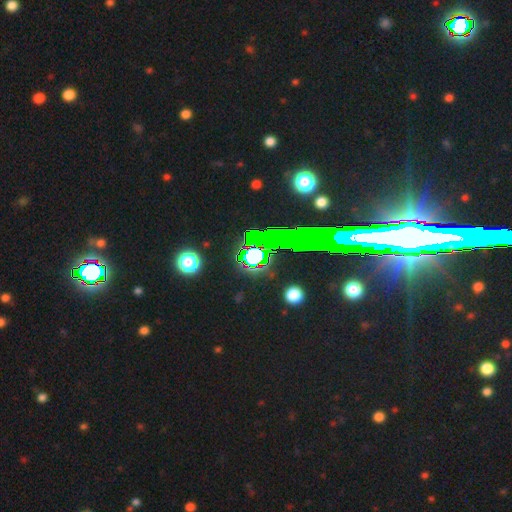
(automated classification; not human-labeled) A star or artifact, not a galaxy (72%).

Vote fractions:
- Smooth or featured? star or artifact: 72% / smooth: 15% / featured or disk: 13%